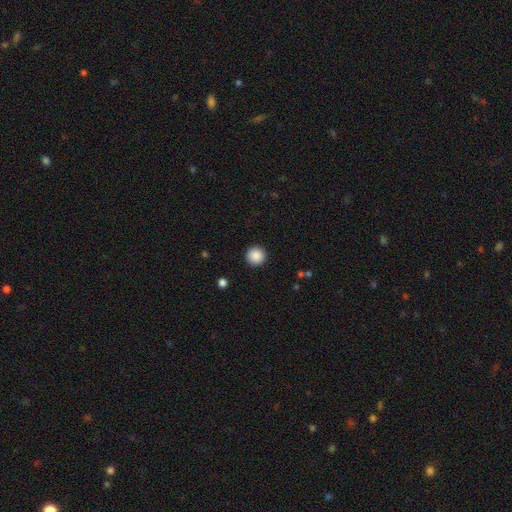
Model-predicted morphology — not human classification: smooth_or_featured: smooth (p=0.88) [alt: star or artifact p=0.09]
how_rounded: round (p=0.96) [alt: in between p=0.03]
merging: none (p=0.92) [alt: minor disturbance p=0.05]